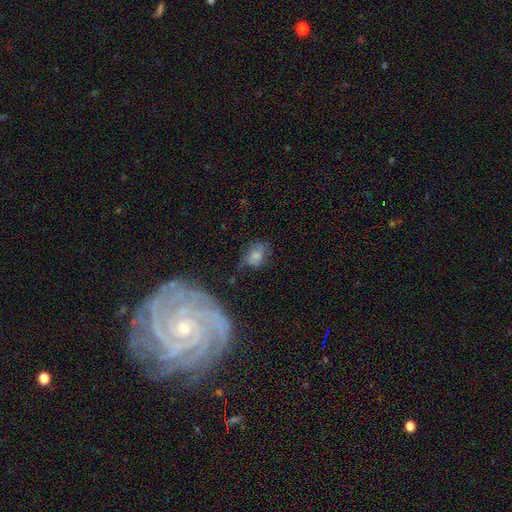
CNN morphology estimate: Smooth or featured? smooth (71%)
How rounded? in between (71%)
Merging? none (54%)